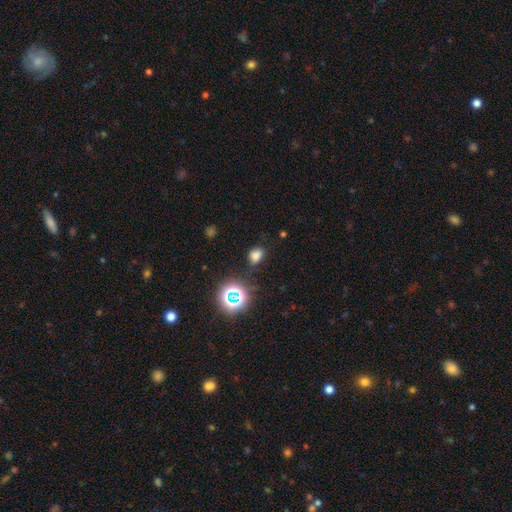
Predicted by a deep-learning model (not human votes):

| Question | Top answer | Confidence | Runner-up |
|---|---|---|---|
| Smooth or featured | smooth | 71% | star or artifact (23%) |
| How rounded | in between | 65% | round (34%) |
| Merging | none | 74% | minor disturbance (17%) |